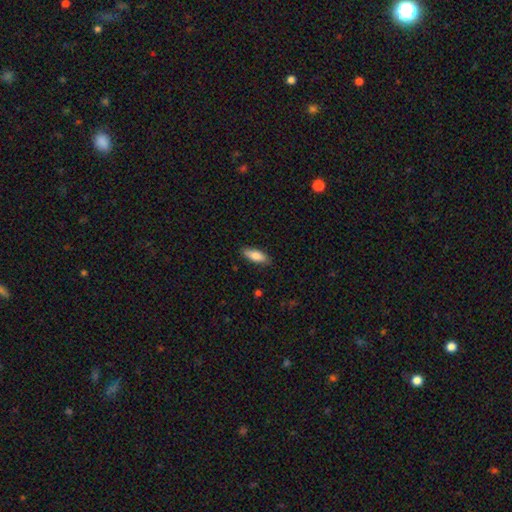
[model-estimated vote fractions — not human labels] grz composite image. It shows a smooth galaxy with no disk features (80%) that is in between round and cigar-shaped (69%). Merging: none (86%).